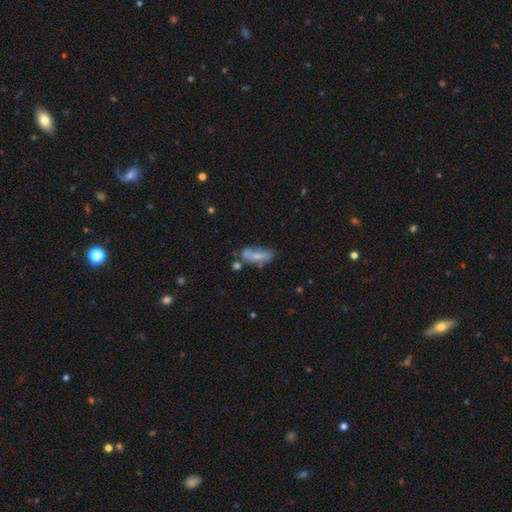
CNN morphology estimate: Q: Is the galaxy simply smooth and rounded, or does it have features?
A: featured or disk — 47%.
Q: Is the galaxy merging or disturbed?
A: none — 45%.